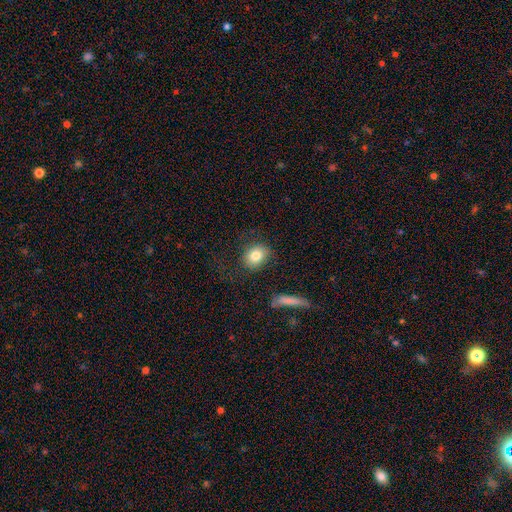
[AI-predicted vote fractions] Morphology: type=smooth (81%); roundness=round (55%); merging=none (79%).